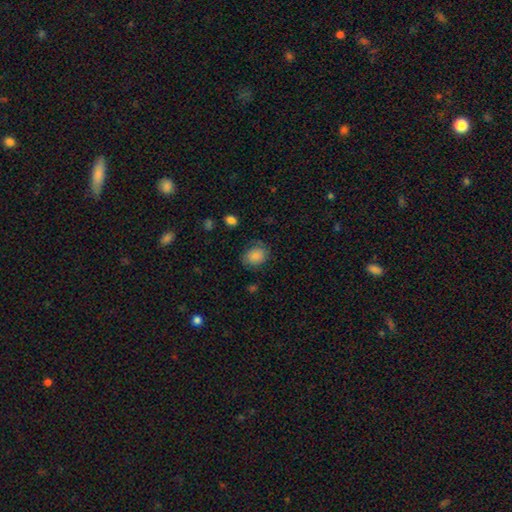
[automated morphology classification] smooth-or-featured: smooth: 79% | featured or disk: 13% | star or artifact: 8%
  how-rounded: round: 52% | in between: 47% | cigar-shaped: 1%
  merging: none: 68% | minor disturbance: 22% | major disturbance: 9% | merger: 1%